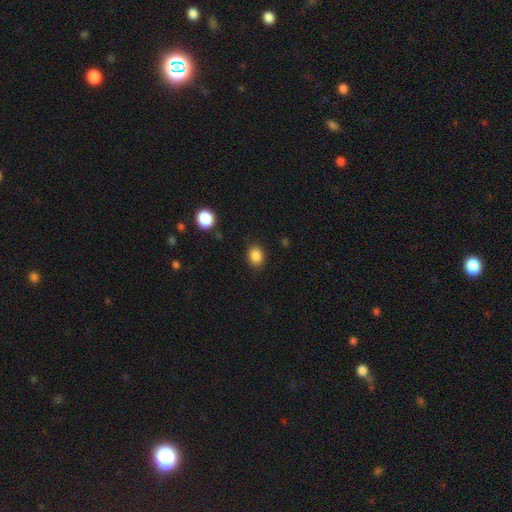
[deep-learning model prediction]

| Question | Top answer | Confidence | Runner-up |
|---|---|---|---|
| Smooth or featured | smooth | 86% | star or artifact (10%) |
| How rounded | round | 52% | in between (47%) |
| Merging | none | 87% | minor disturbance (9%) |